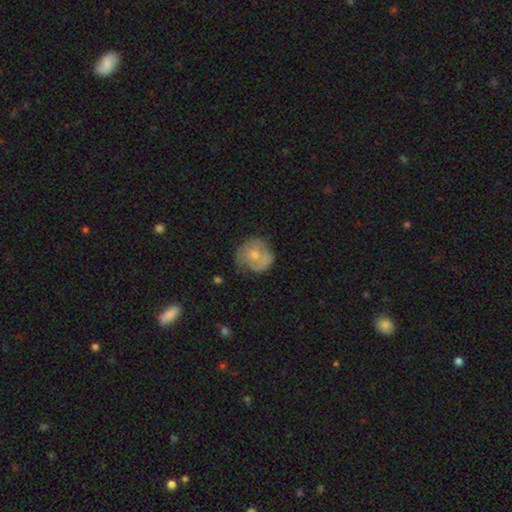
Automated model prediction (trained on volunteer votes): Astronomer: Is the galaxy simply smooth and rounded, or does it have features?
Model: featured or disk — 47% (runner-up: smooth, 46%).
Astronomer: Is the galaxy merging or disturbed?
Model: none — 63%.